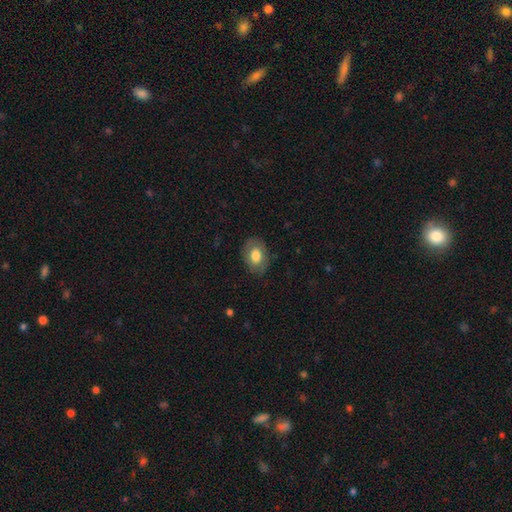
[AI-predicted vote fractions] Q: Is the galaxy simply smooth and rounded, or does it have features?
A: smooth — 71%.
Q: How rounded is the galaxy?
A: in between — 79%.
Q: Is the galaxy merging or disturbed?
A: none — 80%.